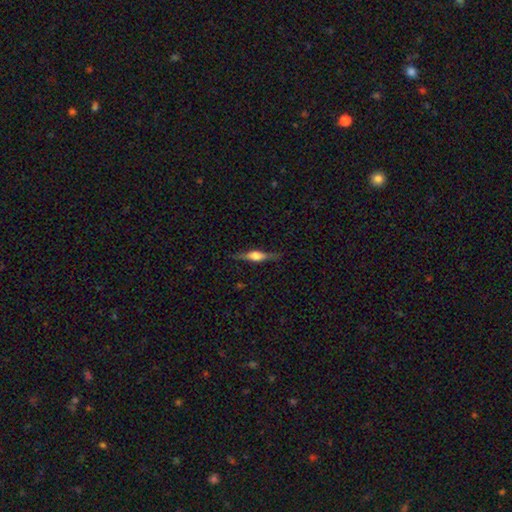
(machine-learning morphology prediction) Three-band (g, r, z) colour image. It shows a featured or disk galaxy (70%) viewed edge-on (97%) with a rounded central bulge (87%). Merging: none (85%).